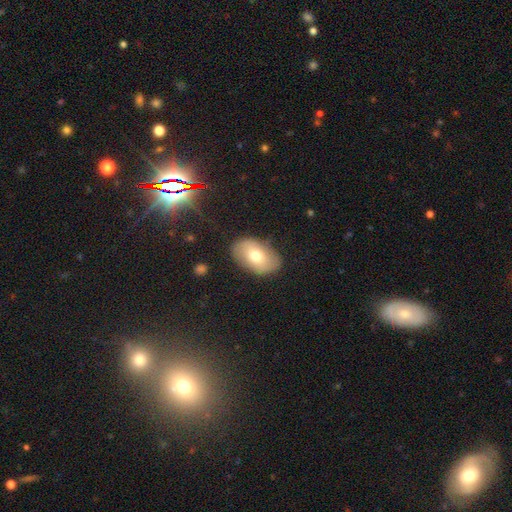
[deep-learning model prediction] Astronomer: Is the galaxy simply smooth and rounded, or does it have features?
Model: smooth — 68%.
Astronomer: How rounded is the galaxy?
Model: in between — 90%.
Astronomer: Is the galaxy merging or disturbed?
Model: none — 84%.